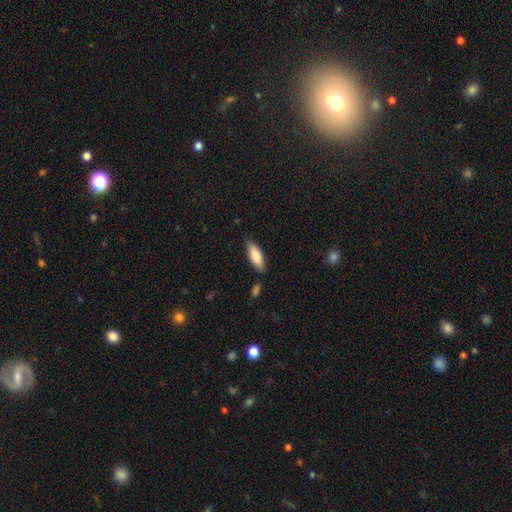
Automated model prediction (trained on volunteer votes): A smooth galaxy with no disk features (77%) that is in between round and cigar-shaped (63%).

Vote fractions:
- Smooth or featured? smooth: 77% / featured or disk: 17% / star or artifact: 6%
- How rounded? in between: 63% / cigar-shaped: 35% / round: 2%
- Merging? none: 82% / minor disturbance: 13% / merger: 3% / major disturbance: 2%